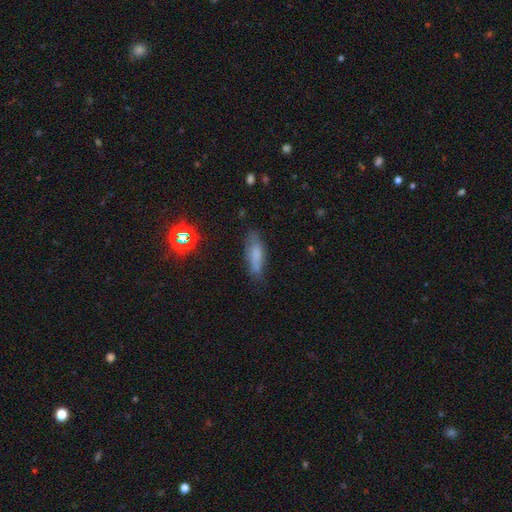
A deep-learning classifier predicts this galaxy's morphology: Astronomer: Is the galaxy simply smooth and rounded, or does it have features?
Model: smooth — 67%.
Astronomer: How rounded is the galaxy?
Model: in between — 55% (runner-up: cigar-shaped, 43%).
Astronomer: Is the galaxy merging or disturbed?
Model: none — 65%.